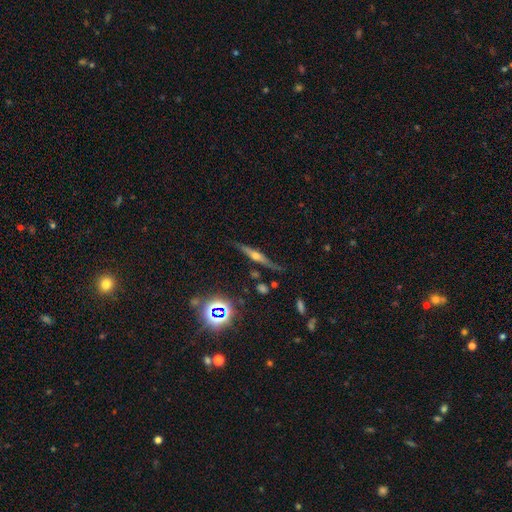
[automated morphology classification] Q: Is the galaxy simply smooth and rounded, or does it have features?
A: featured or disk — 68%.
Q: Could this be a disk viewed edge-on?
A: yes — 95%.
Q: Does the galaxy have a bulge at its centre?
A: rounded — 89%.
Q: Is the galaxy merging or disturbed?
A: none — 79%.